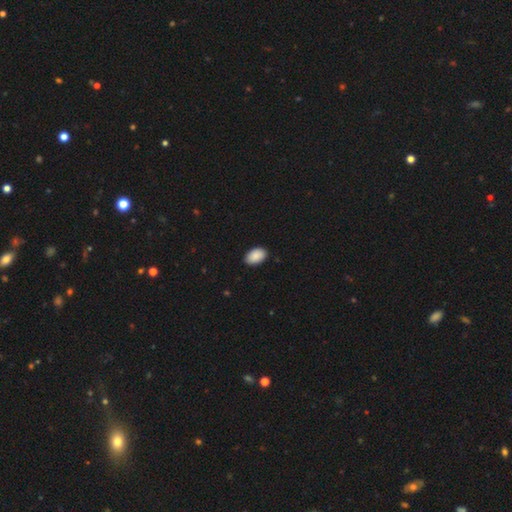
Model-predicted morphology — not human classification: Smooth or featured: smooth — 90% (star or artifact — 6%)
How rounded: in between — 93% (round — 6%)
Merging: none — 88% (minor disturbance — 9%)